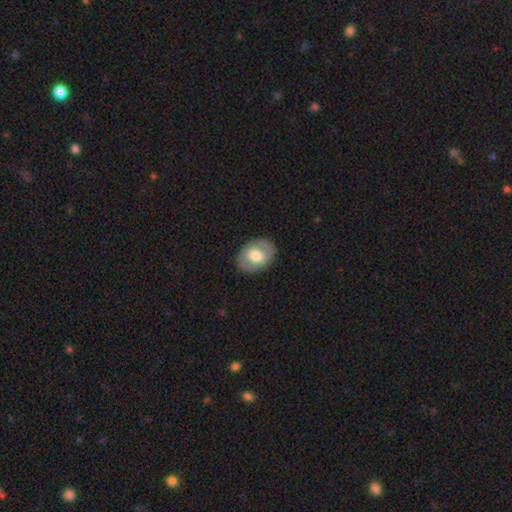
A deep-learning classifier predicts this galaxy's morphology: smooth-or-featured: smooth: 59% | featured or disk: 35% | star or artifact: 6%
  how-rounded: in between: 69% | round: 30% | cigar-shaped: 1%
  merging: none: 85% | minor disturbance: 10% | major disturbance: 3% | merger: 1%